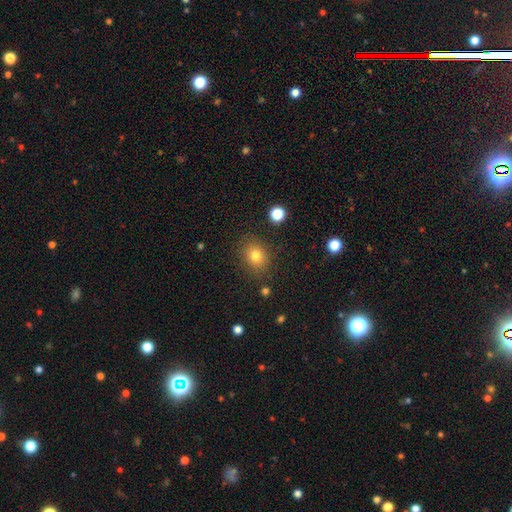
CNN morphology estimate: Q: Smooth or featured?
A: smooth (79%); runner-up: star or artifact (13%)
Q: How rounded?
A: round (63%); runner-up: in between (36%)
Q: Merging?
A: none (85%); runner-up: minor disturbance (10%)